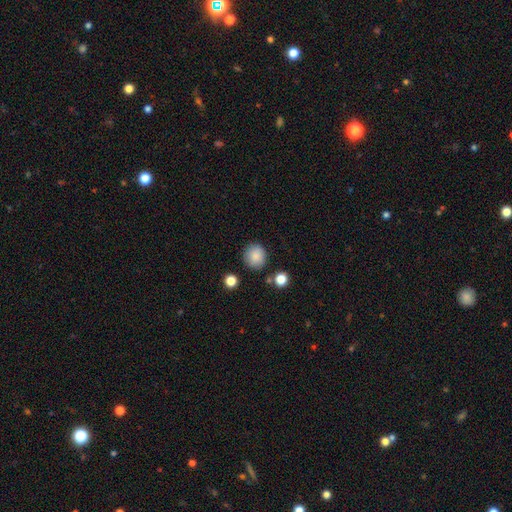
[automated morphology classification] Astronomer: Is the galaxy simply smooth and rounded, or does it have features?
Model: smooth — 87%.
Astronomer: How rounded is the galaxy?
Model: round — 87%.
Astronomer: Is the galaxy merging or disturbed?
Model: none — 85%.